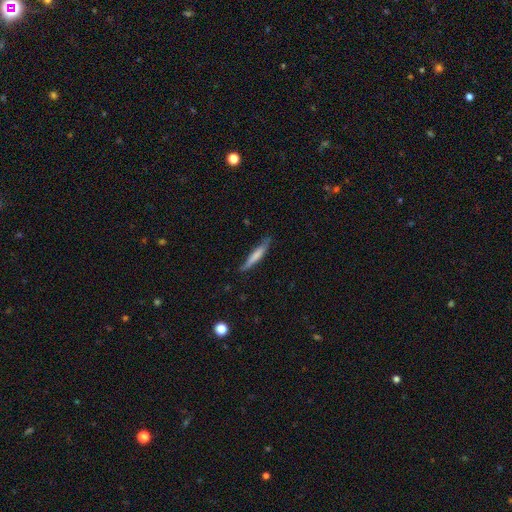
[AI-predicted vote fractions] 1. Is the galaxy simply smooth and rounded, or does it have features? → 66% smooth, 29% featured or disk, 6% star or artifact.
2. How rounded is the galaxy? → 92% cigar-shaped, 6% in between, 1% round.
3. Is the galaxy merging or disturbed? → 76% none, 19% minor disturbance, 3% major disturbance, 2% merger.